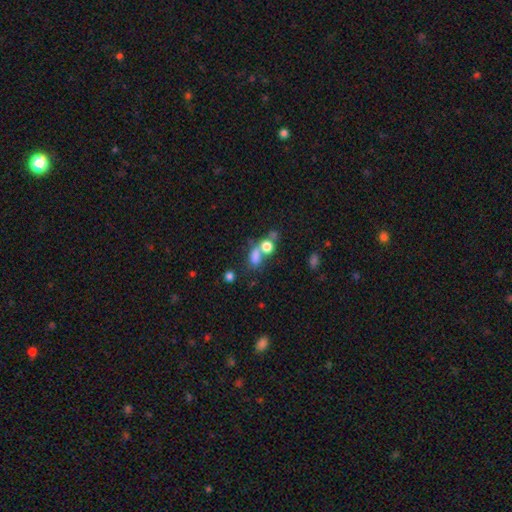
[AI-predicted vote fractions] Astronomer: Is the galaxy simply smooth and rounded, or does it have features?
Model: smooth — 73%.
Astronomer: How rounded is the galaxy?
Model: in between — 65%.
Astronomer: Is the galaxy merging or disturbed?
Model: merger — 46% (runner-up: none, 35%).